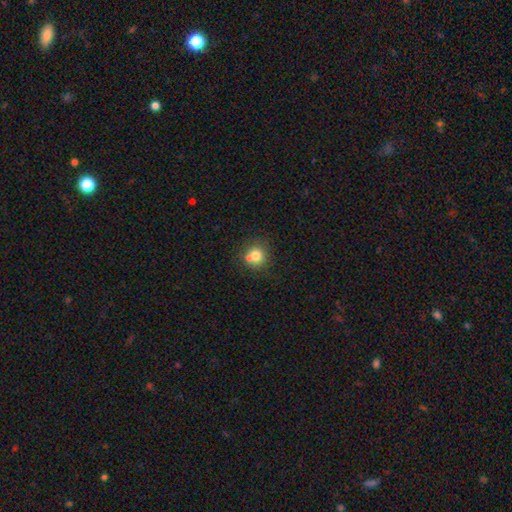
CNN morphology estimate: smooth_or_featured: smooth (p=0.75) [alt: featured or disk p=0.13]
how_rounded: round (p=0.87) [alt: in between p=0.12]
merging: none (p=0.56) [alt: merger p=0.31]